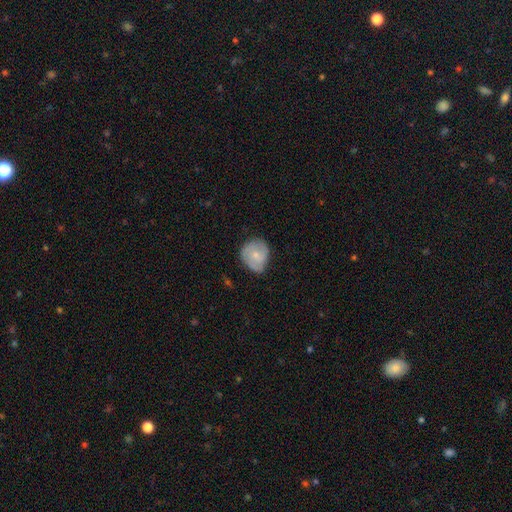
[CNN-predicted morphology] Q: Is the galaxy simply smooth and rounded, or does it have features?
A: smooth — 55%.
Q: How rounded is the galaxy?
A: round — 74%.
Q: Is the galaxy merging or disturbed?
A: none — 59%.